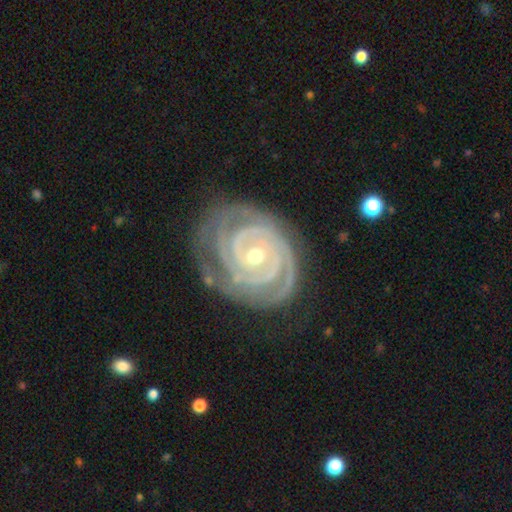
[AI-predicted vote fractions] smooth_or_featured: featured or disk (p=0.92) [alt: star or artifact p=0.04]
disk_edge_on: no (p=0.97) [alt: yes p=0.03]
bar: no (p=0.68) [alt: weak p=0.21]
has_spiral_arms: yes (p=0.98) [alt: no p=0.02]
spiral_winding: tight (p=0.84) [alt: medium p=0.14]
spiral_arm_count: 2 (p=0.34) [alt: 3 p=0.33]
bulge_size: small (p=0.49) [alt: moderate p=0.48]
merging: none (p=0.73) [alt: minor disturbance p=0.19]